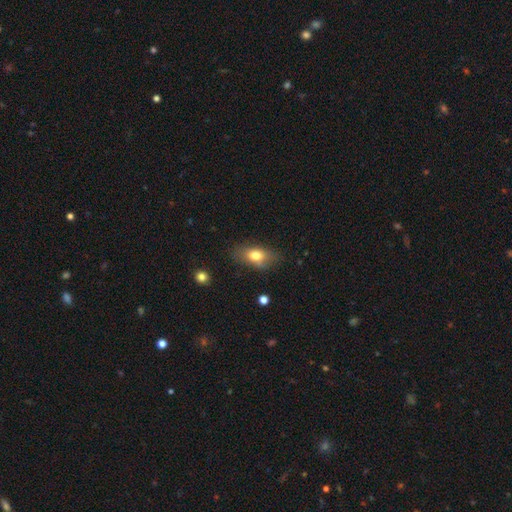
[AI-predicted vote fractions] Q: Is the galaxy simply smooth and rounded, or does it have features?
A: smooth — 76%.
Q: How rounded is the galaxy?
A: in between — 84%.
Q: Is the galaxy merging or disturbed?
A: none — 71%.